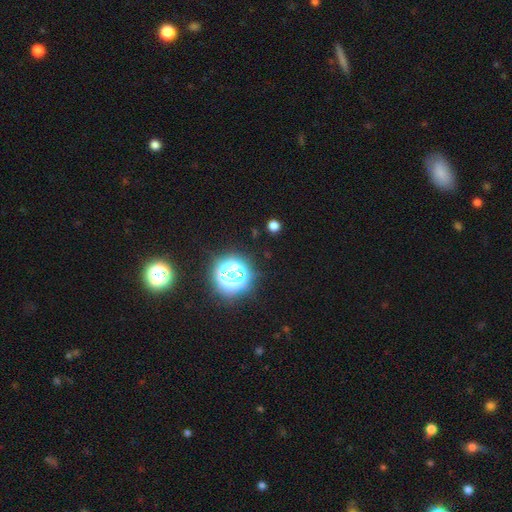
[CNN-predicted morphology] This is likely a star or artifact rather than a galaxy (76%).